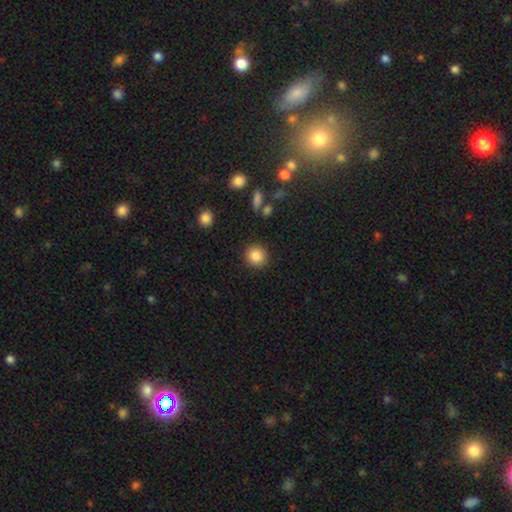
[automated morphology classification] The model was most divided on "smooth or featured": smooth: 86%, star or artifact: 9%, featured or disk: 5%. More confident: merging — none (89%); how rounded — round (89%).